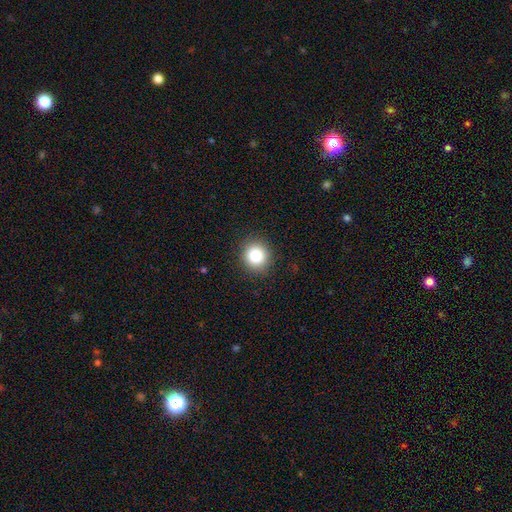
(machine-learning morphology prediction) smooth 85%, star or artifact 10%, featured or disk 4%. Down the decision tree: how rounded — round (90%); merging — none (90%).